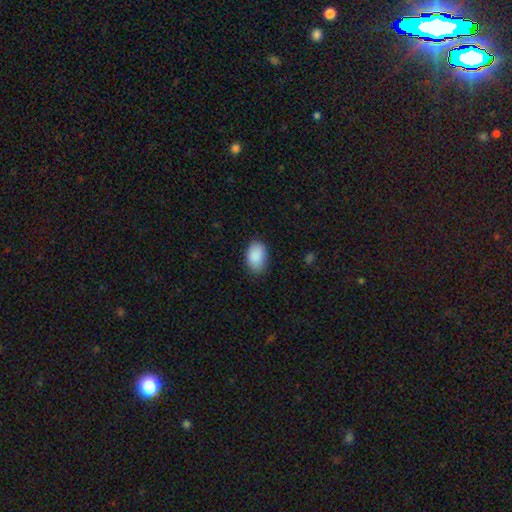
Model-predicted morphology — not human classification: type=smooth (90%); roundness=in between (90%); merging=none (81%).